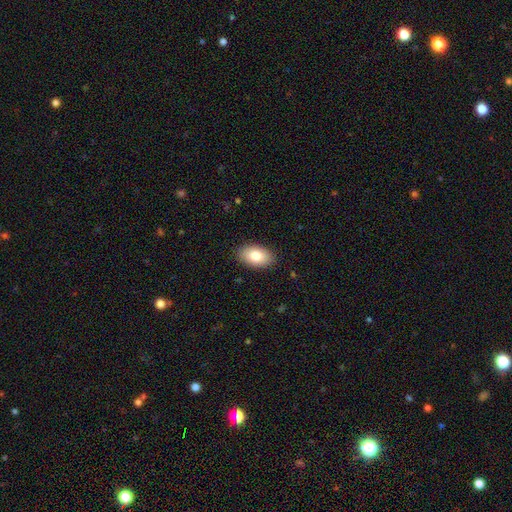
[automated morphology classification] This appears to be a smooth galaxy with no disk features (81%) that is in between round and cigar-shaped (93%). Merging: none (89%).